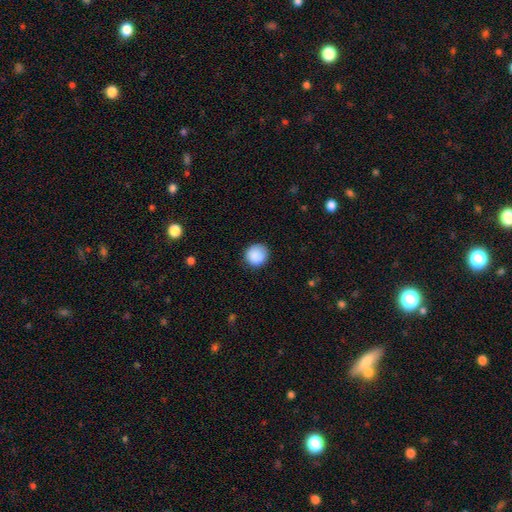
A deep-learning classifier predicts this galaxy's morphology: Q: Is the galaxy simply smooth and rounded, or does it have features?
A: smooth — 89%.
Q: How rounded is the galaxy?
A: round — 91%.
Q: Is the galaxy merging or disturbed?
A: none — 86%.